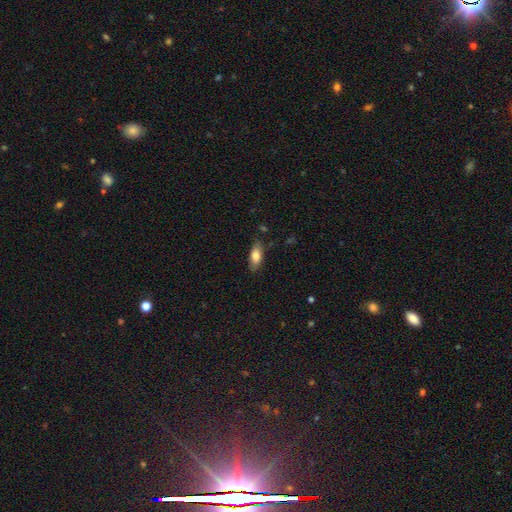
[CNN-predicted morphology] Q: Smooth or featured?
A: smooth (78%); runner-up: featured or disk (16%)
Q: How rounded?
A: in between (80%); runner-up: cigar-shaped (17%)
Q: Merging?
A: none (80%); runner-up: minor disturbance (16%)